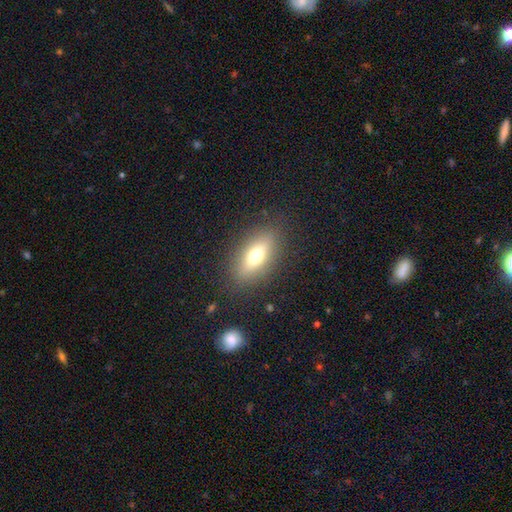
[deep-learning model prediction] Smooth or featured?
  - smooth: 66% *
  - featured or disk: 24%
  - star or artifact: 10%
How rounded?
  - in between: 75% *
  - cigar-shaped: 18%
  - round: 6%
Merging?
  - none: 85% *
  - minor disturbance: 10%
  - major disturbance: 4%
  - merger: 1%